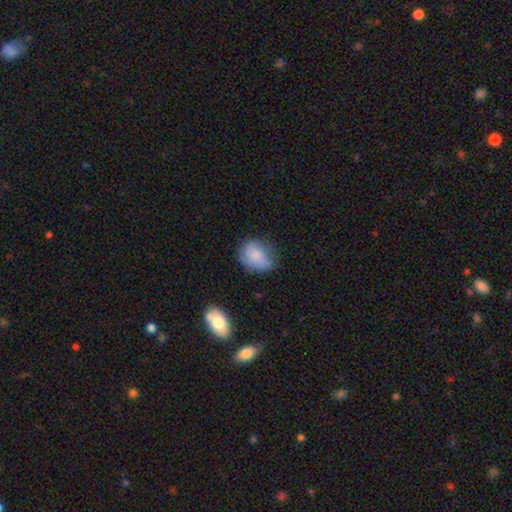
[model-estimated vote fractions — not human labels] This appears to be a smooth galaxy with no disk features (74%) that is in between round and cigar-shaped (56%). Merging: none (52%).